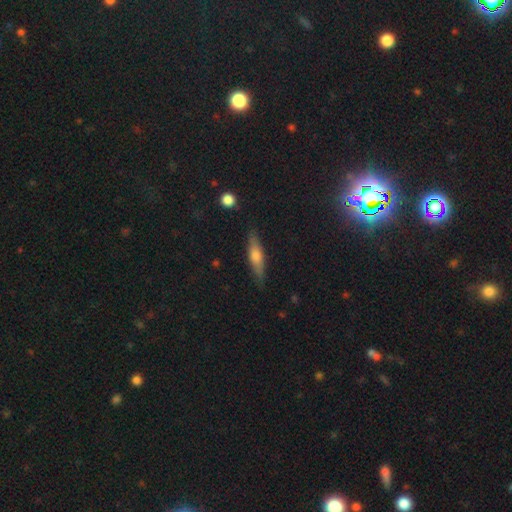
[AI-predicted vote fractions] smooth_or_featured: featured or disk (p=0.49) [alt: smooth p=0.43]
merging: none (p=0.86) [alt: minor disturbance p=0.10]